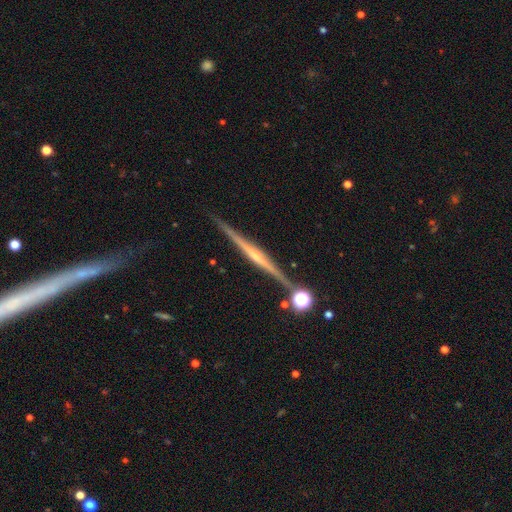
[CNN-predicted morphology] The model was most divided on "edge-on bulge": rounded: 58%, none: 31%, boxy: 11%. More confident: edge-on disk — yes (98%); merging — none (87%); smooth or featured — featured or disk (82%).